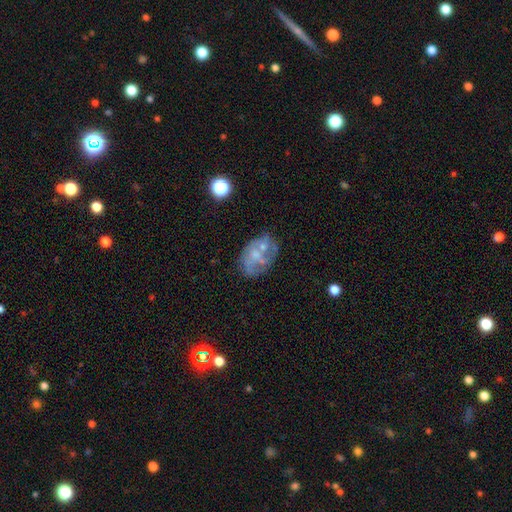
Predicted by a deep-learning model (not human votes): Overall: featured or disk (61%; smooth 29%). Edge-on disk: no (97%). Bar: no (83%). Spiral arms: no (70%; yes 30%). Bulge size: small (43%; moderate 28%). Merging: none (45%; minor disturbance 22%).